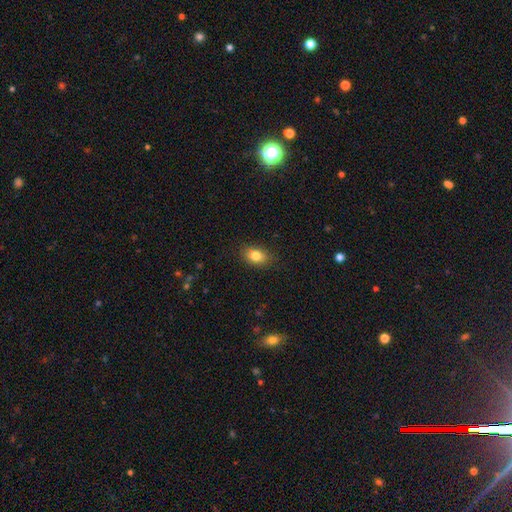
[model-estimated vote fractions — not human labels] A smooth galaxy with no disk features (81%) that is in between round and cigar-shaped (80%).

Vote fractions:
- Smooth or featured? smooth: 81% / star or artifact: 10% / featured or disk: 9%
- How rounded? in between: 80% / round: 18% / cigar-shaped: 2%
- Merging? none: 84% / minor disturbance: 12% / major disturbance: 3% / merger: 1%